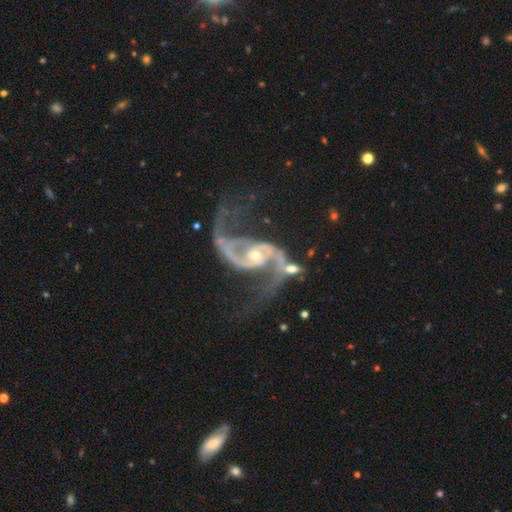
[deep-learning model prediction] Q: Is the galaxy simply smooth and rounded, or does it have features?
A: featured or disk — 93%.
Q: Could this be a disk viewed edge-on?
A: no — 98%.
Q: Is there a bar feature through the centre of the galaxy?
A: no — 46%.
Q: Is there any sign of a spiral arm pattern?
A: yes — 98%.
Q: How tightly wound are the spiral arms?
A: loose — 54%.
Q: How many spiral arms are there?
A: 2 — 94%.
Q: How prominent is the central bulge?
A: small — 61%.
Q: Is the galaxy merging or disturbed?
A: none — 57%.